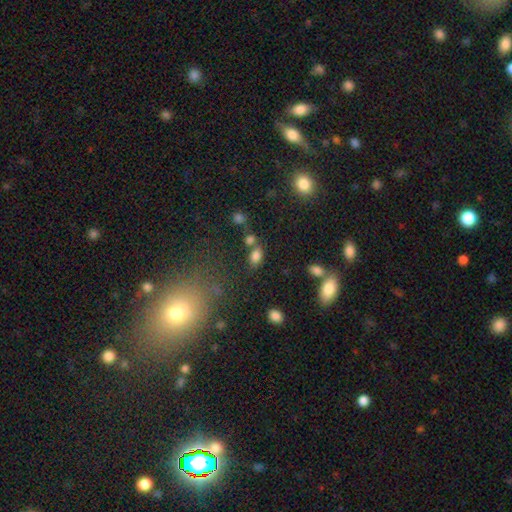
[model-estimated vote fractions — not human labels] smooth 79%, star or artifact 13%, featured or disk 7%. Down the decision tree: how rounded — in between (84%); merging — none (58%).